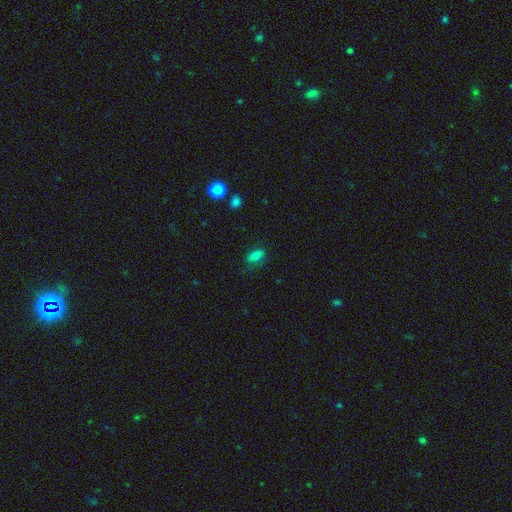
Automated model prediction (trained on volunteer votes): The model was most divided on "merging": none: 75%, minor disturbance: 18%, major disturbance: 5%, merger: 2%. More confident: how rounded — in between (82%); smooth or featured — smooth (77%).